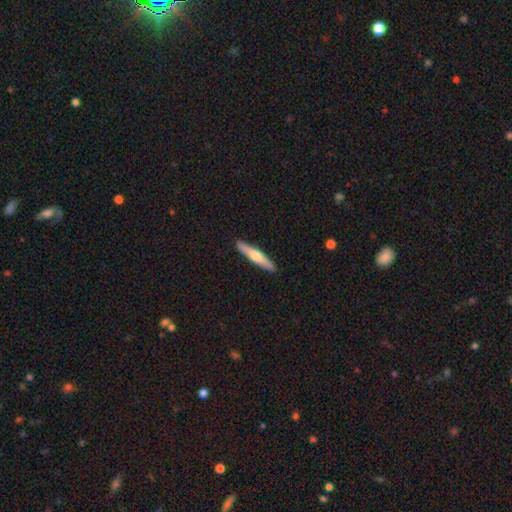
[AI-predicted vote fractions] This appears to be a smooth galaxy with no disk features (49%). Merging: none (91%).